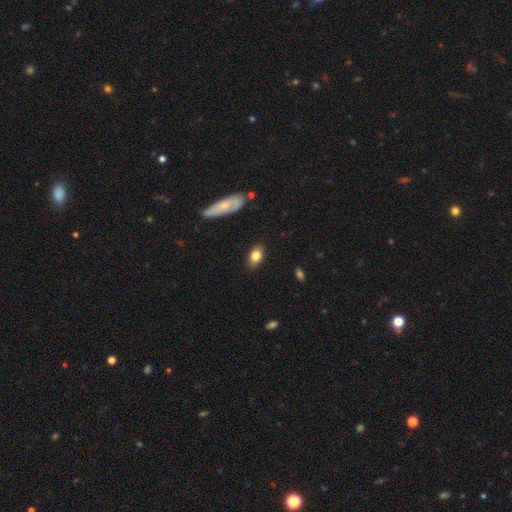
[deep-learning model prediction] Smooth or featured: smooth — 81% (featured or disk — 11%)
How rounded: in between — 86% (round — 10%)
Merging: none — 86% (minor disturbance — 10%)